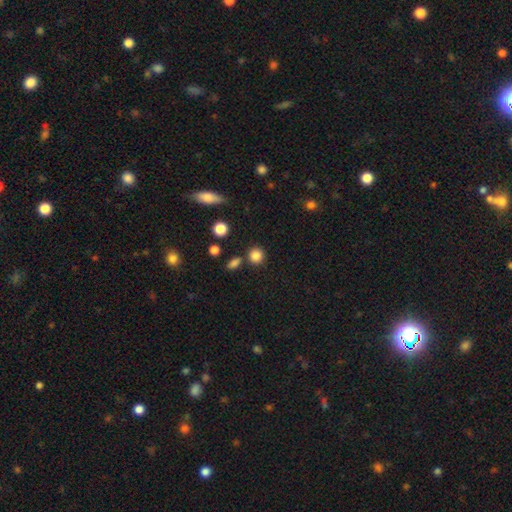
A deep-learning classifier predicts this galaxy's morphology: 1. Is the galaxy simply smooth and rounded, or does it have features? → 84% smooth, 11% star or artifact, 4% featured or disk.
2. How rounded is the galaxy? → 88% round, 10% in between, 1% cigar-shaped.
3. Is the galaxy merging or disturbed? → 79% none, 9% minor disturbance, 9% merger, 3% major disturbance.